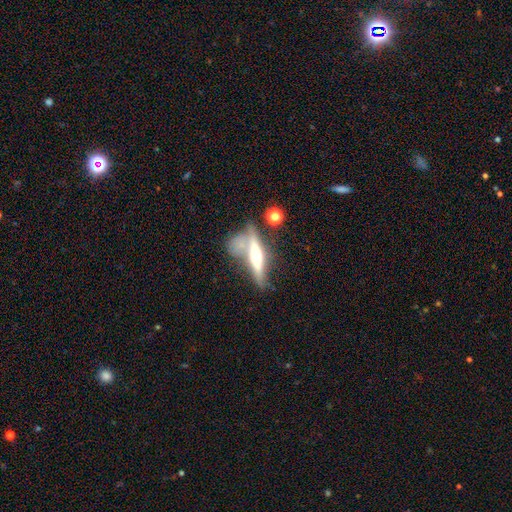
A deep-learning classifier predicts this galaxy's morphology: smooth-or-featured: featured or disk: 58% | smooth: 35% | star or artifact: 7%
  disk-edge-on: yes: 88% | no: 12%
    edge-on-bulge: rounded: 84% | none: 8% | boxy: 8%
  merging: none: 44% | merger: 29% | minor disturbance: 17% | major disturbance: 11%